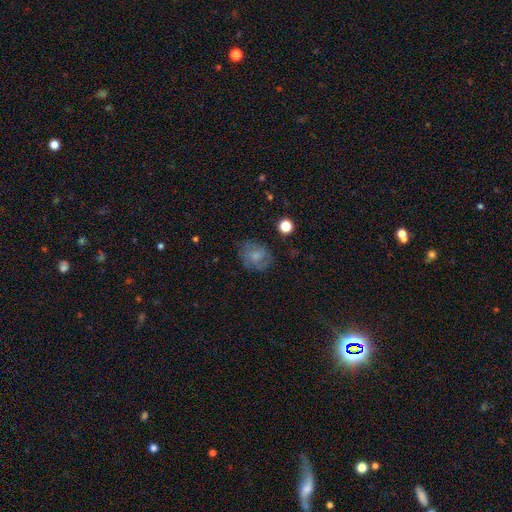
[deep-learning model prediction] The model was most divided on "how rounded": round: 60%, in between: 39%, cigar-shaped: 1%. More confident: merging — none (69%); smooth or featured — smooth (61%).